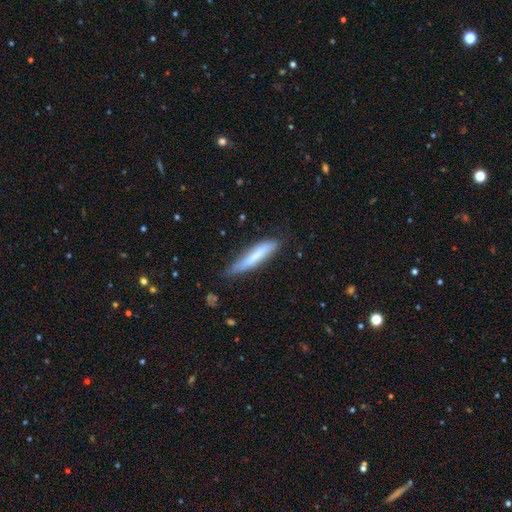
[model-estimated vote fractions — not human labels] Q: Smooth or featured?
A: smooth (69%); runner-up: featured or disk (25%)
Q: How rounded?
A: cigar-shaped (89%); runner-up: in between (10%)
Q: Merging?
A: none (65%); runner-up: minor disturbance (27%)